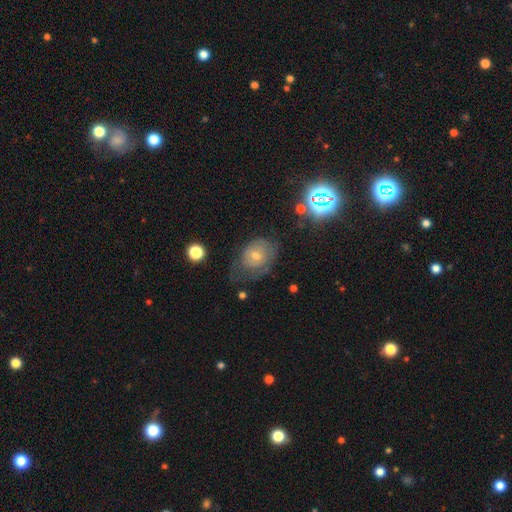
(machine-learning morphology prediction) This is possibly a featured or disk galaxy (50%). It is clearly not viewed edge-on (95%). Merging: marginally none (43%).